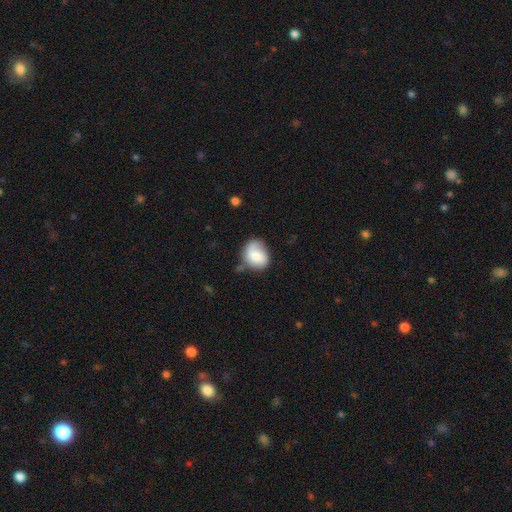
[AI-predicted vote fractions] The model was most divided on "how rounded": round: 53%, in between: 46%, cigar-shaped: 1%. More confident: smooth or featured — smooth (72%); merging — none (57%).